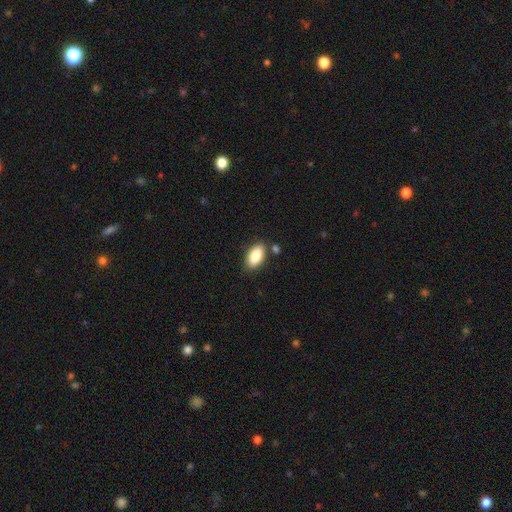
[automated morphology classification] type=smooth (86%); roundness=in between (93%); merging=none (80%).